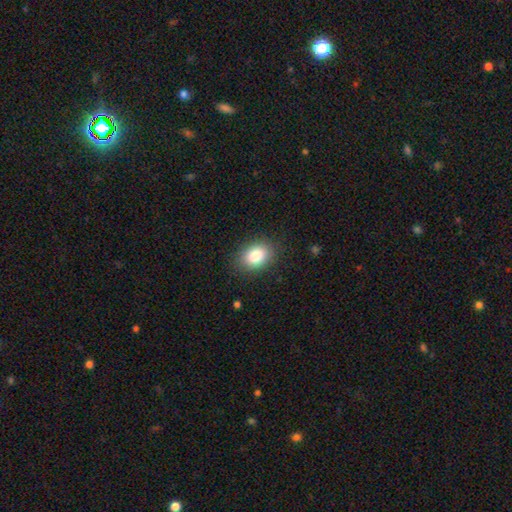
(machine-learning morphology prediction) smooth-or-featured: smooth: 85% | star or artifact: 9% | featured or disk: 7%
  how-rounded: in between: 69% | round: 30% | cigar-shaped: 1%
  merging: none: 86% | minor disturbance: 10% | major disturbance: 3% | merger: 1%